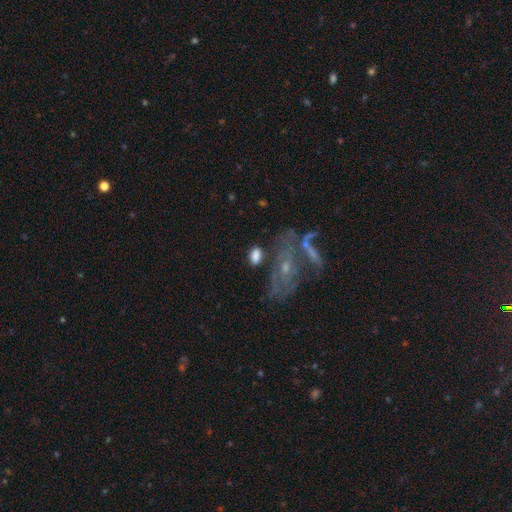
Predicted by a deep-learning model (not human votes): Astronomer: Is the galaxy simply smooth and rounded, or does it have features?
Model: smooth — 75%.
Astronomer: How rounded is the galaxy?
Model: in between — 86%.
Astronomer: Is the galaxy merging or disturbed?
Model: none — 66%.